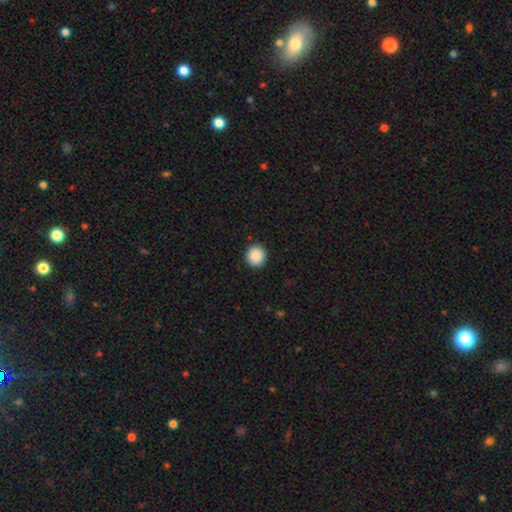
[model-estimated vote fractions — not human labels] Overall: smooth (89%). How rounded: round (94%). Merging: none (93%).